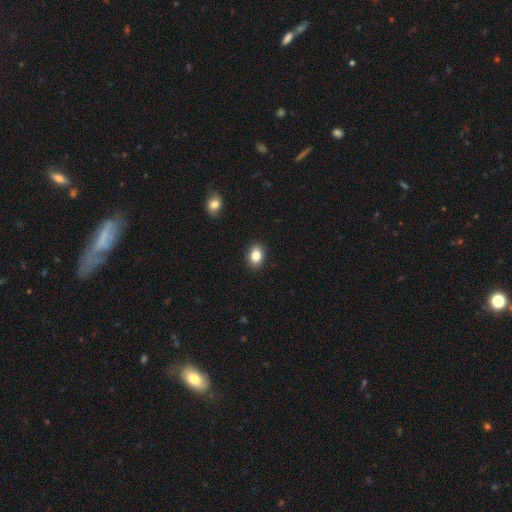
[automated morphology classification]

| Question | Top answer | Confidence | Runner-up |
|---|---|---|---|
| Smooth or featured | smooth | 85% | star or artifact (9%) |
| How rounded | in between | 78% | round (21%) |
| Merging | none | 91% | minor disturbance (7%) |